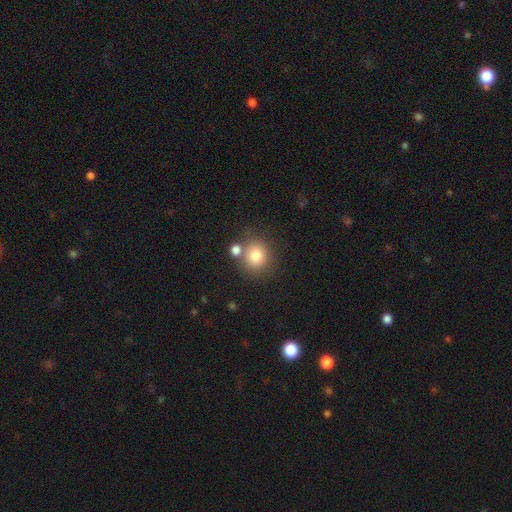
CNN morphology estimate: This is clearly a smooth galaxy (80%). How rounded: clearly round (86%). Merging: likely none (66%).